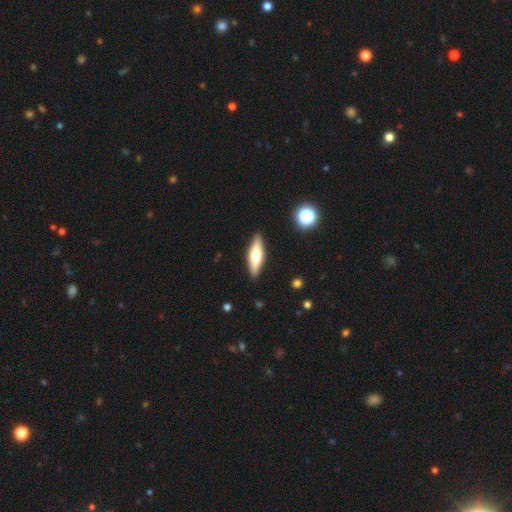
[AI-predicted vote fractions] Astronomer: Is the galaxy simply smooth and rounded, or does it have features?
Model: smooth — 53% (runner-up: featured or disk, 40%).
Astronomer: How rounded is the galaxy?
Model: cigar-shaped — 60% (runner-up: in between, 38%).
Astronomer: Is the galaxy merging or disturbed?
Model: none — 89%.